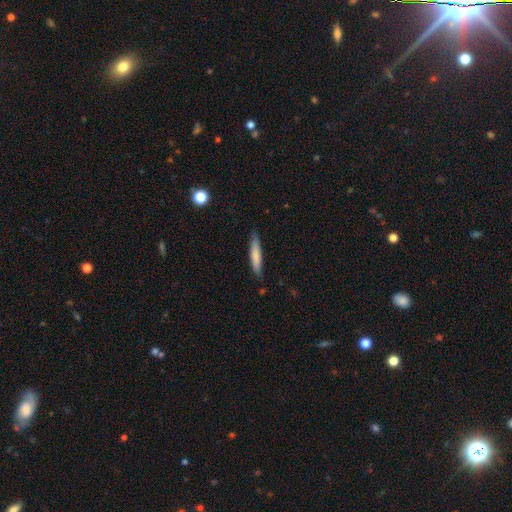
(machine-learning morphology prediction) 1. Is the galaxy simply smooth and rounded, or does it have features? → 80% smooth, 15% featured or disk, 6% star or artifact.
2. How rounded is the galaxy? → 89% cigar-shaped, 10% in between, 1% round.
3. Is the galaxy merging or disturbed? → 85% none, 11% minor disturbance, 2% major disturbance, 1% merger.